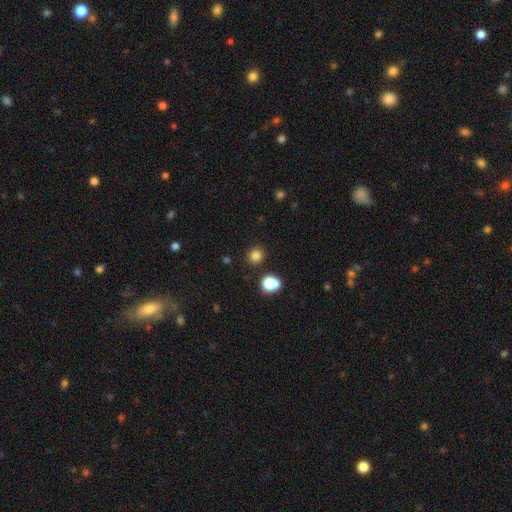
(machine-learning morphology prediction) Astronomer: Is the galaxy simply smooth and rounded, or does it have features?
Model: smooth — 80%.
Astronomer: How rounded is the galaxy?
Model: round — 91%.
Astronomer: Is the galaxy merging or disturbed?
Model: none — 86%.